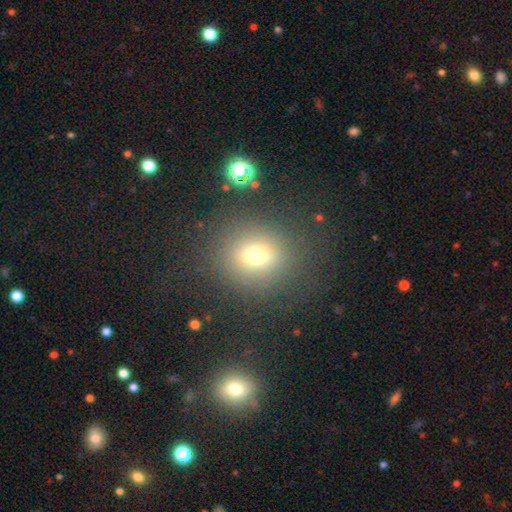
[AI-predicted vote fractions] A smooth galaxy with no disk features (69%) that is round (76%).

Vote fractions:
- Smooth or featured? smooth: 69% / star or artifact: 20% / featured or disk: 11%
- How rounded? round: 76% / in between: 22% / cigar-shaped: 1%
- Merging? none: 83% / minor disturbance: 9% / major disturbance: 6% / merger: 2%